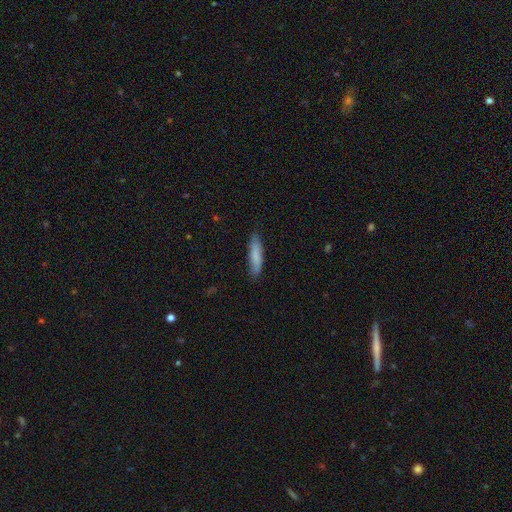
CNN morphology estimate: Overall: smooth (81%). How rounded: cigar-shaped (72%). Merging: none (79%).